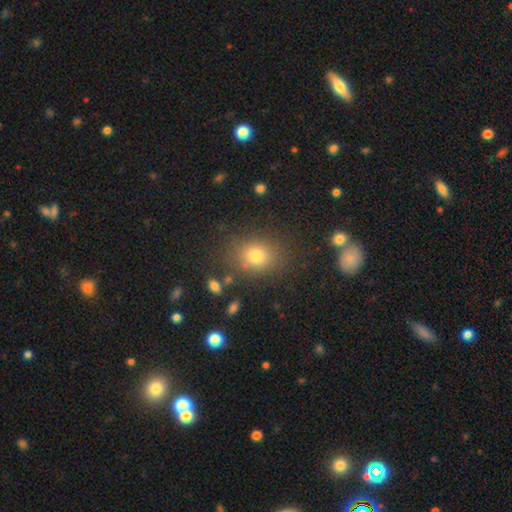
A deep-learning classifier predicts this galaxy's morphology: smooth_or_featured: smooth (p=0.78) [alt: star or artifact p=0.14]
how_rounded: round (p=0.55) [alt: in between p=0.44]
merging: none (p=0.80) [alt: minor disturbance p=0.11]